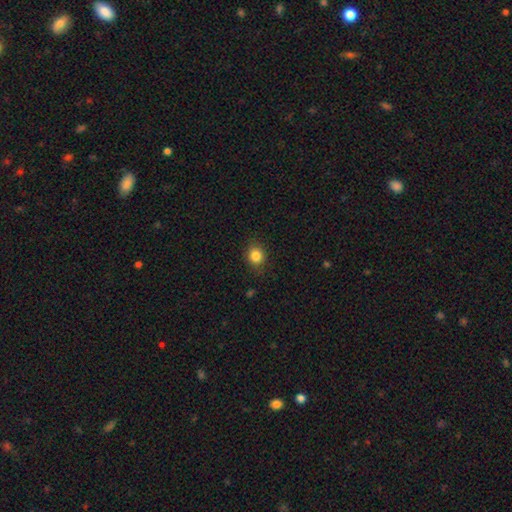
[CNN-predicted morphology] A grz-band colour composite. It shows a smooth galaxy with no disk features (85%) that is round (77%). Merging: none (85%).